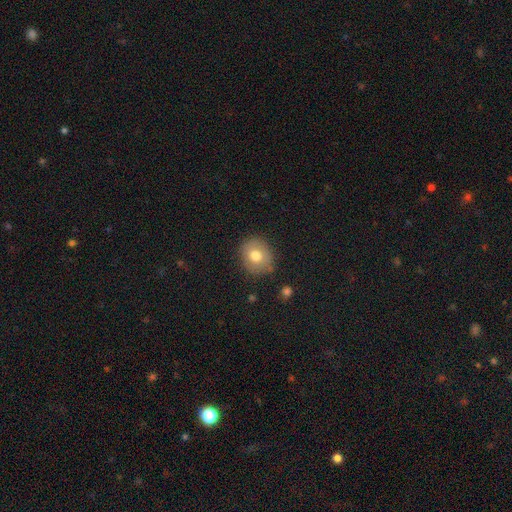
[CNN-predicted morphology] Smooth or featured: smooth — 75% (featured or disk — 16%)
How rounded: round — 74% (in between — 25%)
Merging: none — 81% (minor disturbance — 13%)